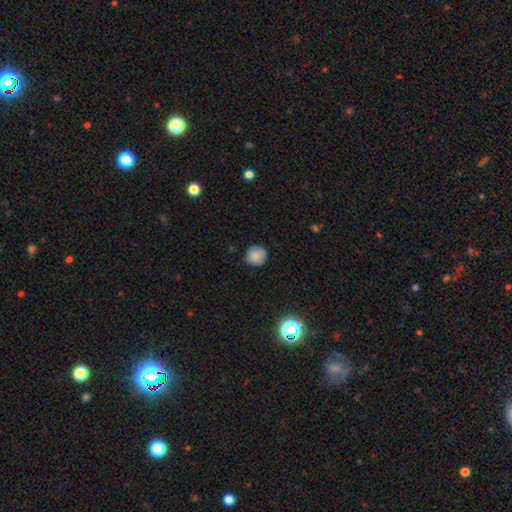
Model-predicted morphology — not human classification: Overall: smooth (83%). How rounded: round (90%). Merging: none (81%).